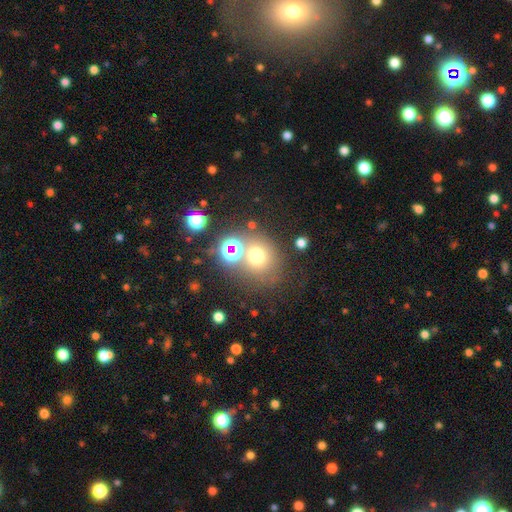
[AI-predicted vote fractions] This appears to be a smooth galaxy with no disk features (63%) that is round (82%). Merging: none (63%).